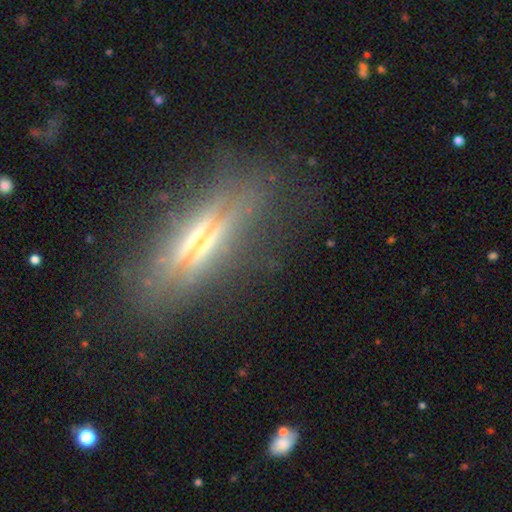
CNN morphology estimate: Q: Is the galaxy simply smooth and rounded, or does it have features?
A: featured or disk — 69%.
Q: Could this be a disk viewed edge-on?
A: yes — 85%.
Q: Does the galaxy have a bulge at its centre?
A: rounded — 70%.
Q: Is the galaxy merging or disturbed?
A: none — 75%.